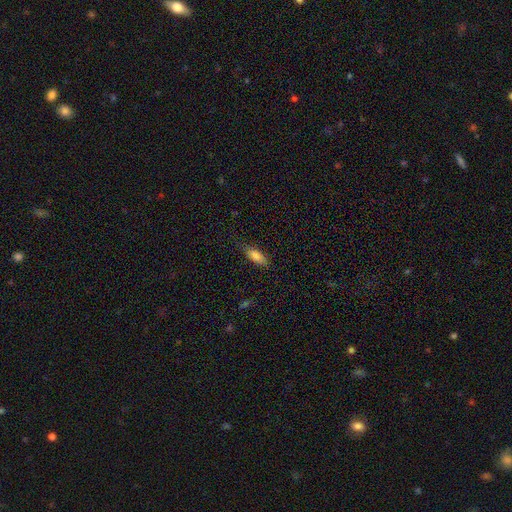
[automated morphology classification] A smooth galaxy with no disk features (82%) that is in between round and cigar-shaped (73%).

Vote fractions:
- Smooth or featured? smooth: 82% / featured or disk: 11% / star or artifact: 7%
- How rounded? in between: 73% / cigar-shaped: 25% / round: 2%
- Merging? none: 74% / minor disturbance: 20% / major disturbance: 5% / merger: 1%